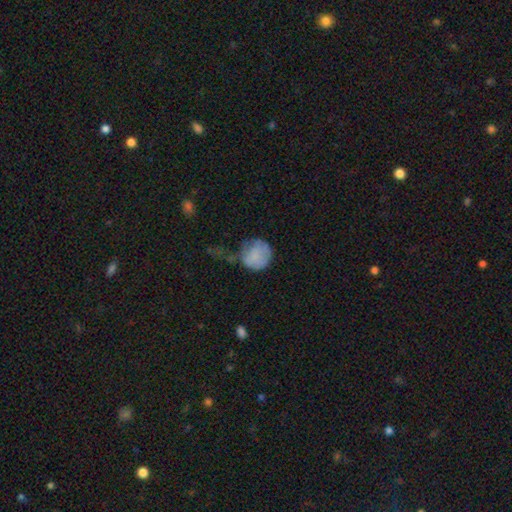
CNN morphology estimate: Smooth or featured? smooth (77%)
How rounded? round (84%)
Merging? none (43%)